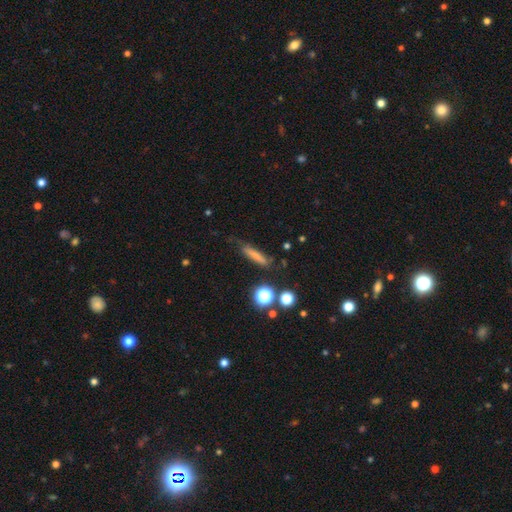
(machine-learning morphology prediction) type=smooth (71%); roundness=cigar-shaped (81%); merging=none (73%).